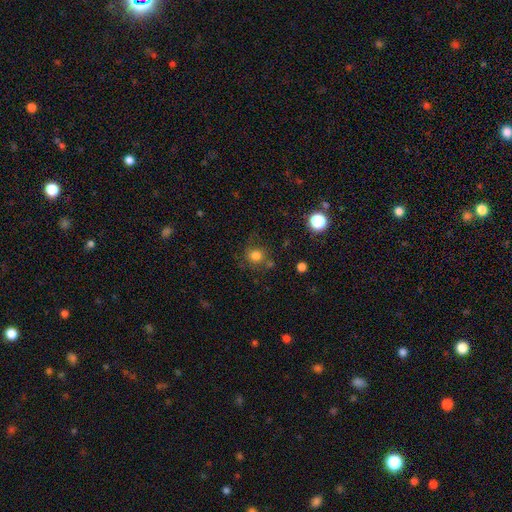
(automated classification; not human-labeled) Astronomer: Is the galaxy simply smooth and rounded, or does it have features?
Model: smooth — 77%.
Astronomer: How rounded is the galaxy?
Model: round — 88%.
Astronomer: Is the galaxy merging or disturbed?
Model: none — 72%.